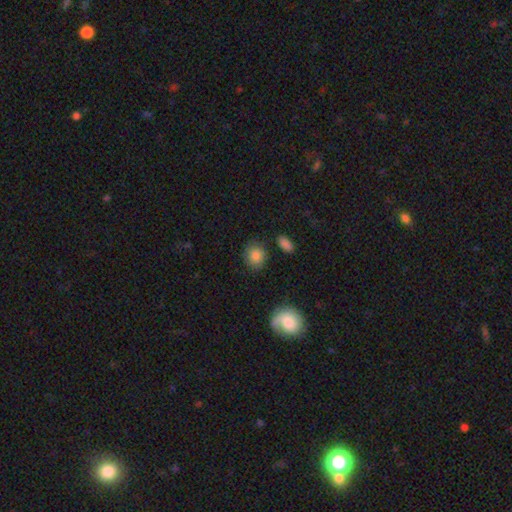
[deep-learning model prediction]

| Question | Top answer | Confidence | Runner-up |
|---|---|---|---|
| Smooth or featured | smooth | 83% | star or artifact (9%) |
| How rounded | round | 71% | in between (27%) |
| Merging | none | 83% | minor disturbance (11%) |